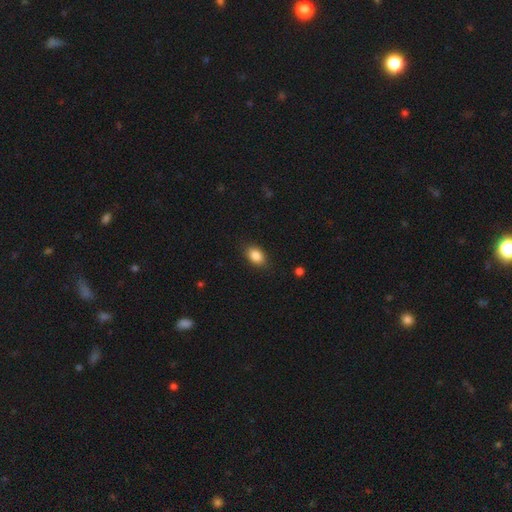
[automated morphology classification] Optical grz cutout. It shows a smooth galaxy with no disk features (86%) that is in between round and cigar-shaped (85%). Merging: none (86%).